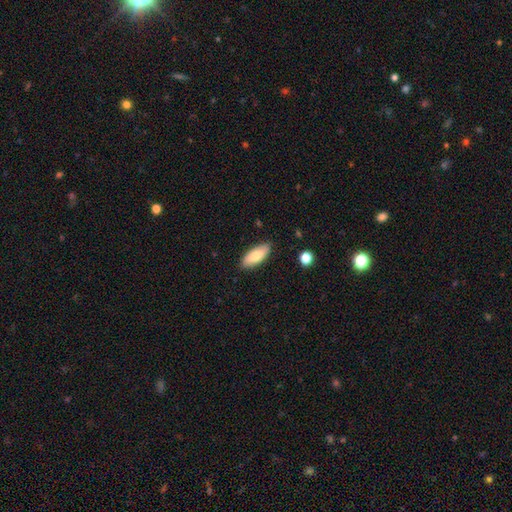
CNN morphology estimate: Smooth or featured?
  - smooth: 74% *
  - featured or disk: 19%
  - star or artifact: 6%
How rounded?
  - in between: 79% *
  - cigar-shaped: 19%
  - round: 2%
Merging?
  - none: 86% *
  - minor disturbance: 11%
  - major disturbance: 2%
  - merger: 1%